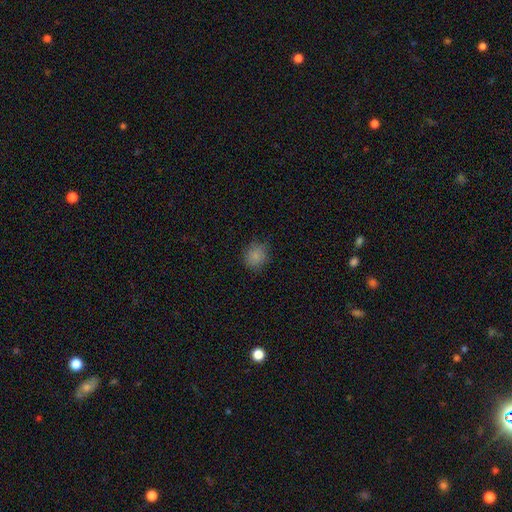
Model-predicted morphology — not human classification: Smooth or featured?
  - smooth: 84% *
  - star or artifact: 12%
  - featured or disk: 4%
How rounded?
  - round: 79% *
  - in between: 20%
  - cigar-shaped: 1%
Merging?
  - none: 83% *
  - minor disturbance: 13%
  - major disturbance: 3%
  - merger: 1%